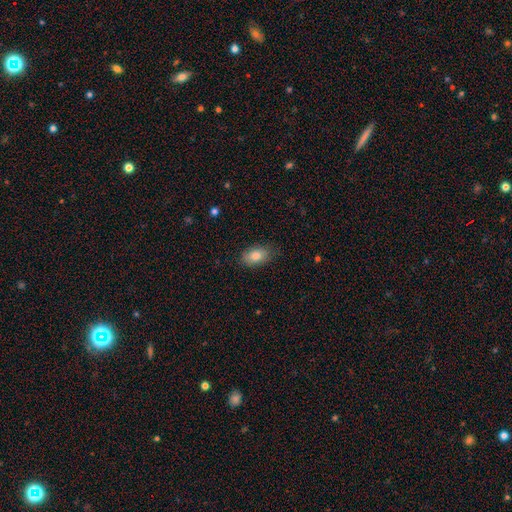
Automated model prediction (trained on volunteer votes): The model was most divided on "merging": none: 81%, minor disturbance: 15%, major disturbance: 3%, merger: 1%. More confident: how rounded — in between (89%); smooth or featured — smooth (84%).